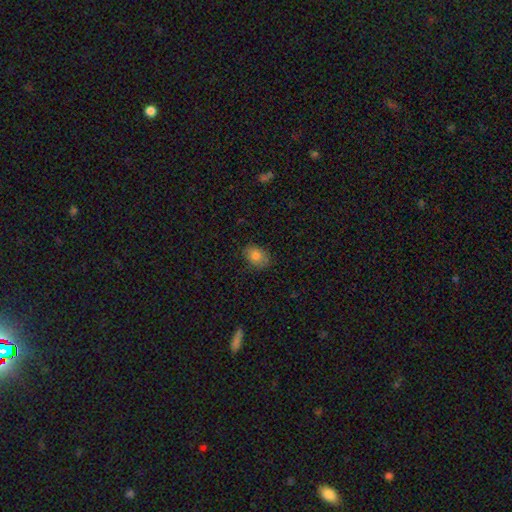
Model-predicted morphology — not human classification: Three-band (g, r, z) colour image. It shows a smooth galaxy with no disk features (83%) that is in between round and cigar-shaped (78%). Merging: none (80%).